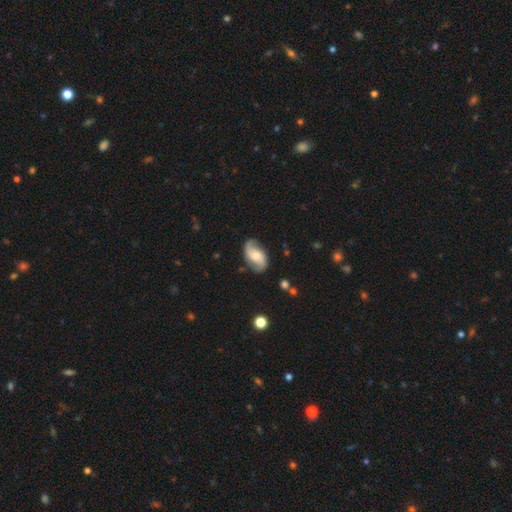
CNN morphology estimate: Smooth or featured? Predicted: featured or disk (p=0.74). Edge-on disk? Predicted: no (p=0.96). Bar? Predicted: no (p=0.52). Spiral arms? Predicted: yes (p=0.93). Spiral winding? Predicted: loose (p=0.48). Spiral arm count? Predicted: 2 (p=0.91). Bulge size? Predicted: moderate (p=0.57). Merging? Predicted: none (p=0.78).